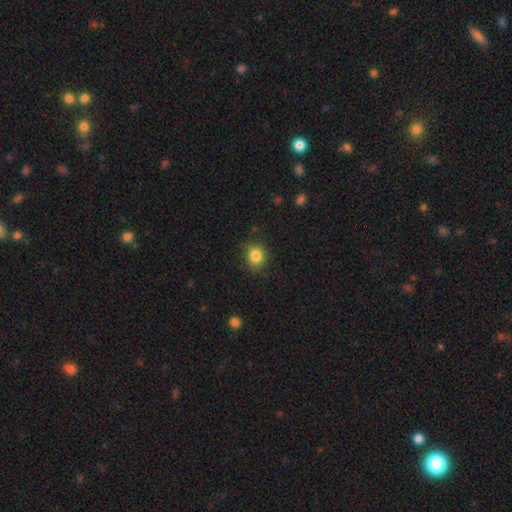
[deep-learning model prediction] This is clearly a smooth galaxy (84%). How rounded: likely round (65%). Merging: clearly none (81%).